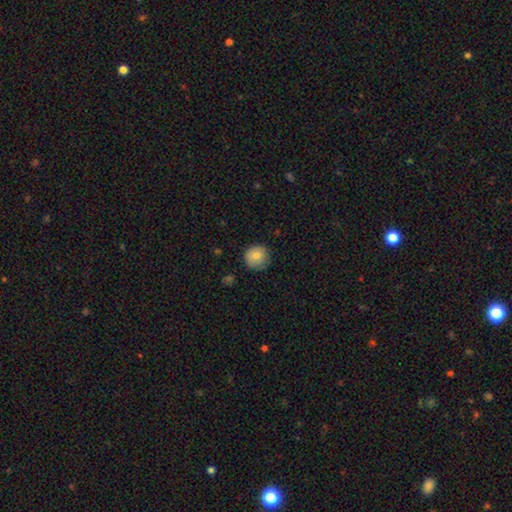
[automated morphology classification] smooth_or_featured: smooth (p=0.83) [alt: featured or disk p=0.09]
how_rounded: round (p=0.92) [alt: in between p=0.07]
merging: none (p=0.83) [alt: minor disturbance p=0.14]